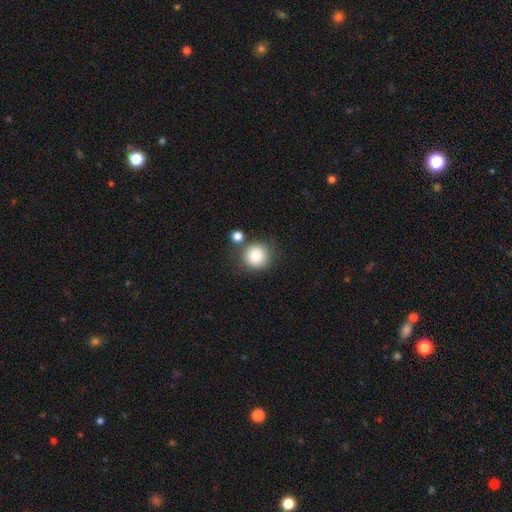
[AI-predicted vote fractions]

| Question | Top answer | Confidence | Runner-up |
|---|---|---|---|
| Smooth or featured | smooth | 82% | star or artifact (10%) |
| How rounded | round | 93% | in between (7%) |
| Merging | none | 73% | merger (13%) |